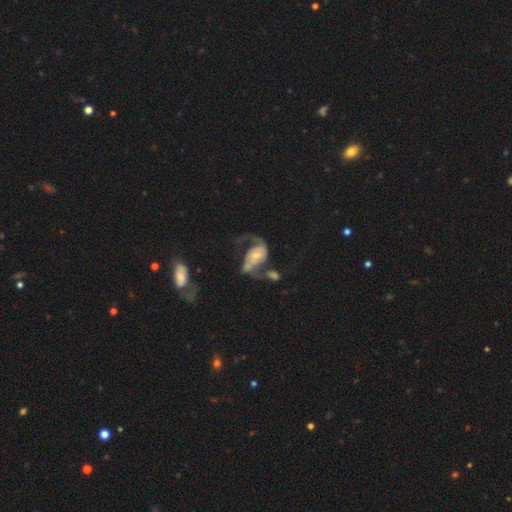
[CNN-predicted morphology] A featured or disk galaxy (79%) with no bar (50%), 2 (80%) loose (52%) spiral arms (89%) and a moderate central bulge (45%).

Vote fractions:
- Smooth or featured? featured or disk: 79% / smooth: 14% / star or artifact: 7%
- Edge-on disk? no: 97% / yes: 3%
- Bar? no: 50% / weak: 38% / strong: 13%
- Spiral arms? yes: 89% / no: 11%
- Spiral winding? loose: 52% / medium: 36% / tight: 11%
- Spiral arm count? 2: 80% / 1: 11% / can't tell: 5% / 3: 1% / 4: 1% / more than 4: 1%
- Bulge size? moderate: 45% / small: 40% / large: 8% / none: 5% / dominant: 2%
- Merging? major disturbance: 31% / none: 28% / merger: 28% / minor disturbance: 14%